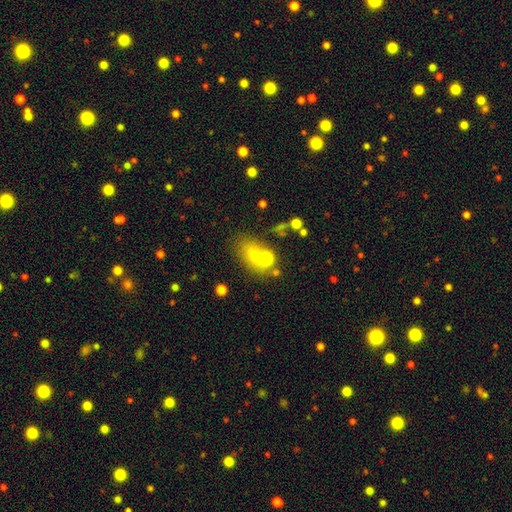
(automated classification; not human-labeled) Smooth or featured?
  - smooth: 64% *
  - featured or disk: 20%
  - star or artifact: 16%
How rounded?
  - in between: 58% *
  - round: 40%
  - cigar-shaped: 2%
Merging?
  - none: 47% *
  - merger: 35%
  - minor disturbance: 12%
  - major disturbance: 7%